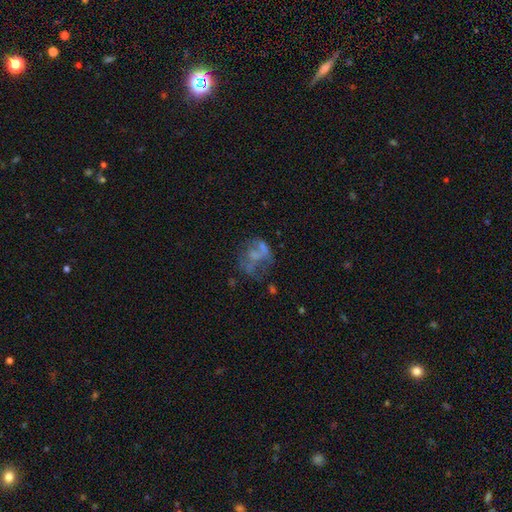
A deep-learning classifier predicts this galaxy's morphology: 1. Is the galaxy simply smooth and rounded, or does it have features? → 54% featured or disk, 29% smooth, 17% star or artifact.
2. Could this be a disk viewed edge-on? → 98% no, 2% yes.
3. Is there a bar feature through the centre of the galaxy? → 86% no, 11% weak, 3% strong.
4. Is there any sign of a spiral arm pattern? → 87% no, 13% yes.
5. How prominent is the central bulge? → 67% none, 16% small, 13% moderate, 3% large, 1% dominant.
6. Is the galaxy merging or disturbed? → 34% none, 31% major disturbance, 19% merger, 16% minor disturbance.